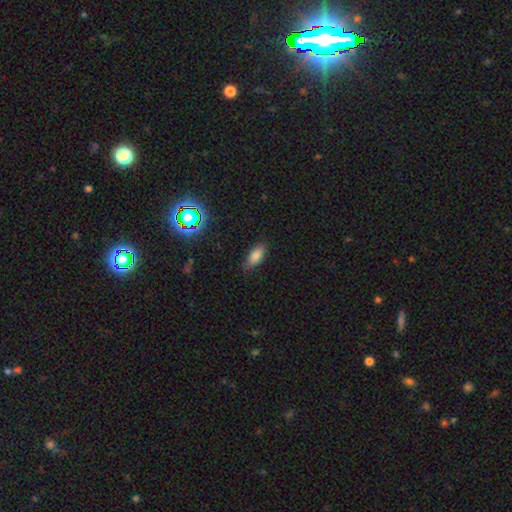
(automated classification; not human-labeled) smooth 80%, star or artifact 12%, featured or disk 8%. Down the decision tree: how rounded — in between (85%); merging — none (81%).